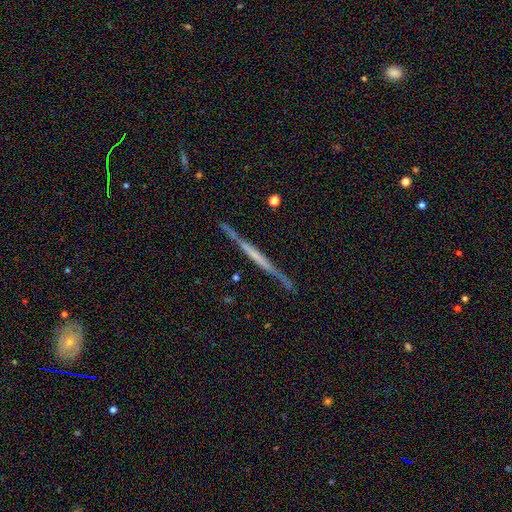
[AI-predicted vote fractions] The model was most divided on "smooth or featured": featured or disk: 68%, smooth: 25%, star or artifact: 6%. More confident: edge-on disk — yes (96%); merging — none (81%); edge-on bulge — none (74%).